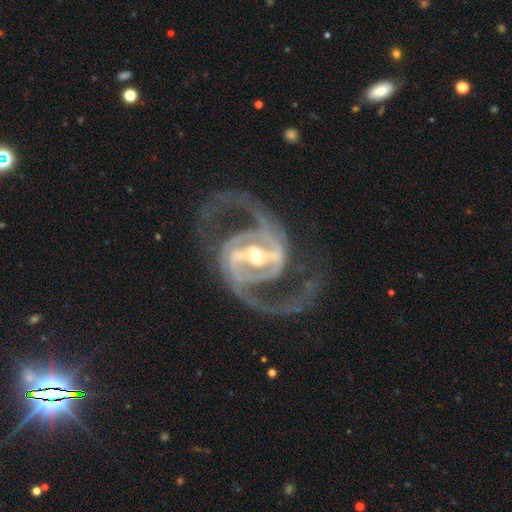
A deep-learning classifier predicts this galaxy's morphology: Q: Smooth or featured?
A: featured or disk (94%); runner-up: star or artifact (4%)
Q: Edge-on disk?
A: no (97%); runner-up: yes (3%)
Q: Bar?
A: strong (67%); runner-up: weak (26%)
Q: Spiral arms?
A: yes (98%); runner-up: no (2%)
Q: Spiral winding?
A: medium (62%); runner-up: loose (20%)
Q: Spiral arm count?
A: 2 (91%); runner-up: 3 (3%)
Q: Bulge size?
A: moderate (63%); runner-up: small (27%)
Q: Merging?
A: none (74%); runner-up: major disturbance (12%)